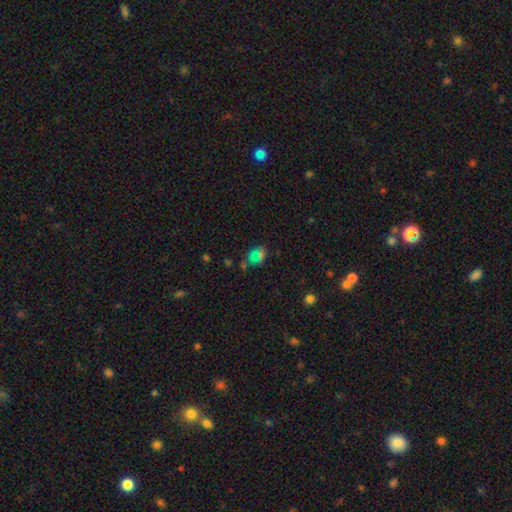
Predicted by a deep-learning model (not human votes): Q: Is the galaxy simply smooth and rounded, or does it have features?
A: smooth — 47%.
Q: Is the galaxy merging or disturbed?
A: none — 55%.